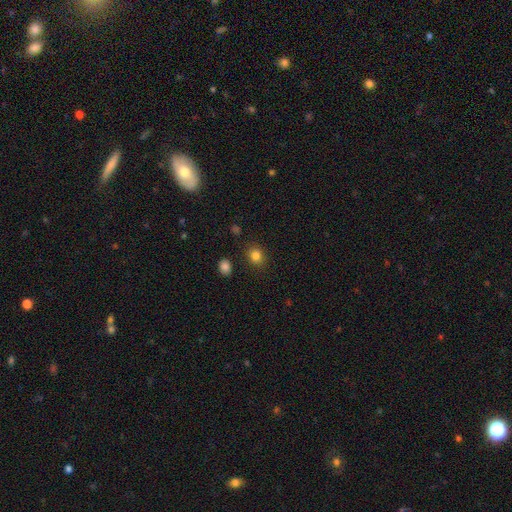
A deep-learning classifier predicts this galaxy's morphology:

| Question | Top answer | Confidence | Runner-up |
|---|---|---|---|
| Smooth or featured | smooth | 83% | star or artifact (12%) |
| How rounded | round | 70% | in between (29%) |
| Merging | none | 87% | minor disturbance (8%) |